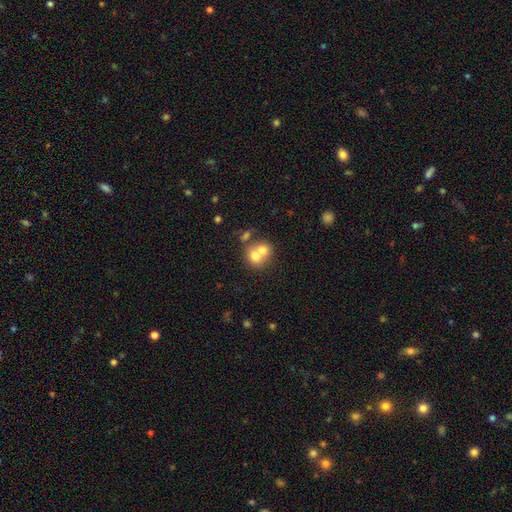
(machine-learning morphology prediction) smooth_or_featured: smooth (p=0.68) [alt: featured or disk p=0.22]
how_rounded: round (p=0.74) [alt: in between p=0.25]
merging: merger (p=0.65) [alt: none p=0.27]